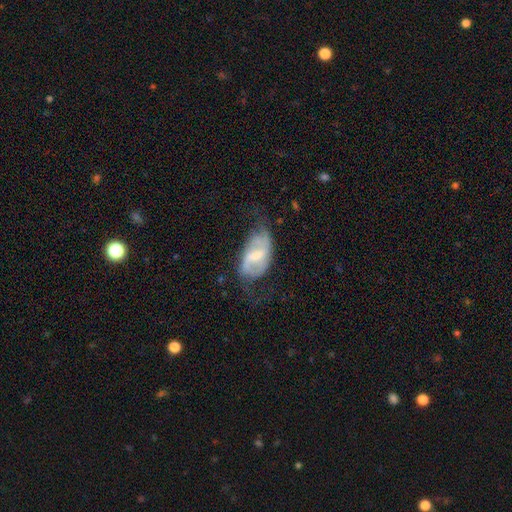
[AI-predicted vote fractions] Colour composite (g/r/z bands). It shows a featured or disk galaxy (73%) with a weak bar (51%), 2 (76%) loose (44%) spiral arms (85%) and a small central bulge (46%). Merging: none (47%).